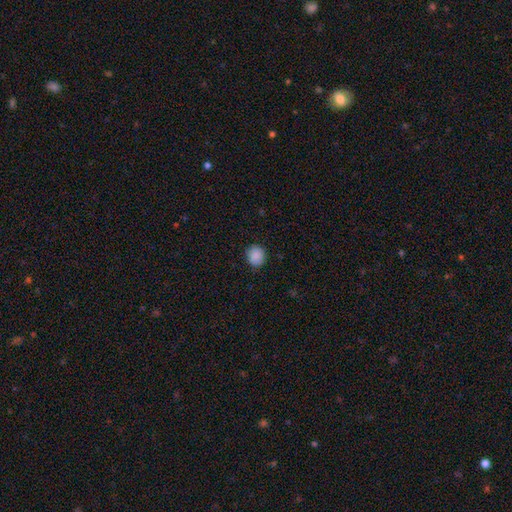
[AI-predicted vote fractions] smooth 89%, star or artifact 8%, featured or disk 3%. Down the decision tree: how rounded — round (78%); merging — none (87%).